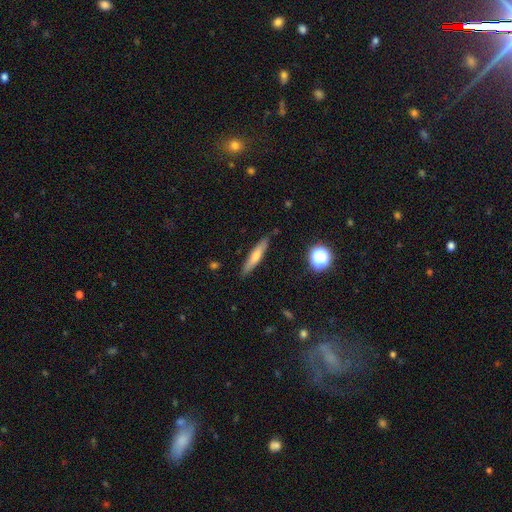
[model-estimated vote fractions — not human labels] Morphology: type=smooth (56%); roundness=cigar-shaped (87%); merging=none (86%).